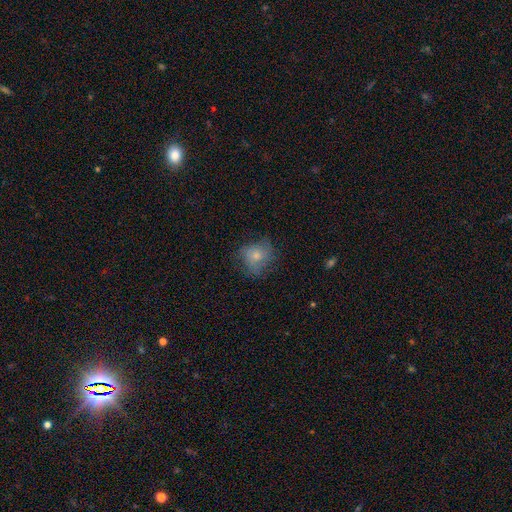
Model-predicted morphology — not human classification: smooth 69%, featured or disk 20%, star or artifact 10%. Down the decision tree: how rounded — round (70%); merging — none (56%).